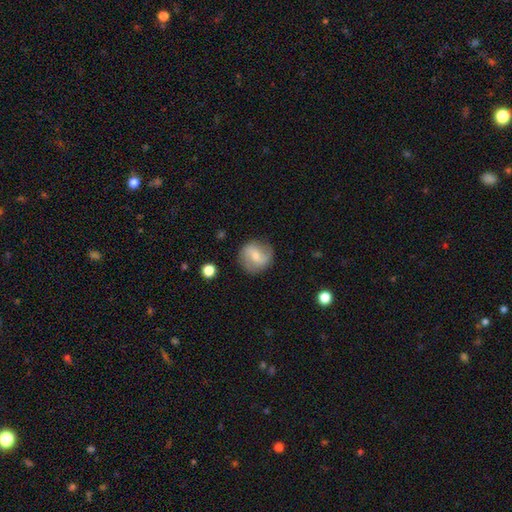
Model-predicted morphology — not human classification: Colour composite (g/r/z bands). It shows a featured or disk galaxy (56%) with a weak bar (46%), spiral arms (83%) and a small central bulge (51%). Merging: none (83%).